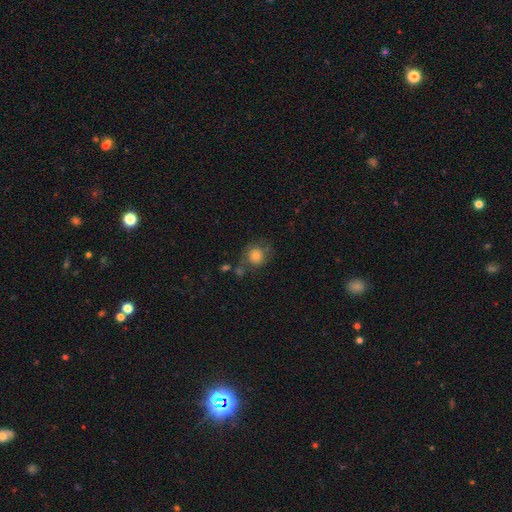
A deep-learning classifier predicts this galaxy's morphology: Smooth or featured?
  - smooth: 70% *
  - featured or disk: 20%
  - star or artifact: 10%
How rounded?
  - round: 86% *
  - in between: 13%
  - cigar-shaped: 1%
Merging?
  - none: 58% *
  - minor disturbance: 20%
  - major disturbance: 13%
  - merger: 9%